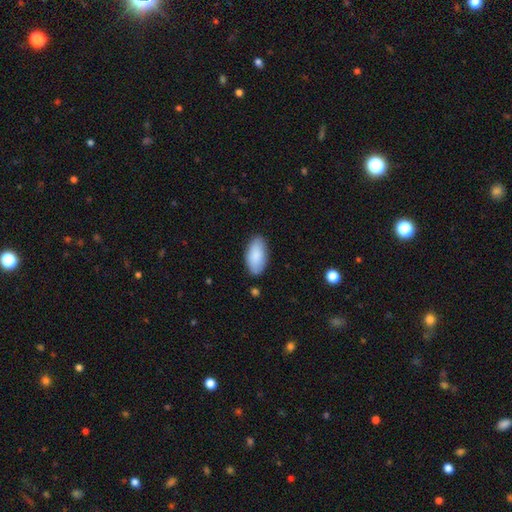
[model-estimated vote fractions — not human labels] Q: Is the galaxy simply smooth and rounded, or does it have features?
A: smooth — 87%.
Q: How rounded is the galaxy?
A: in between — 94%.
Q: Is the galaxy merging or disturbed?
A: none — 84%.